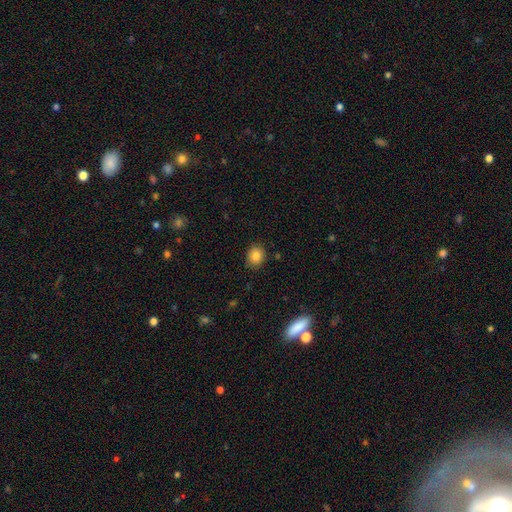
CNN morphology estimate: smooth 84%, star or artifact 10%, featured or disk 6%. Down the decision tree: how rounded — round (57%); merging — none (86%).